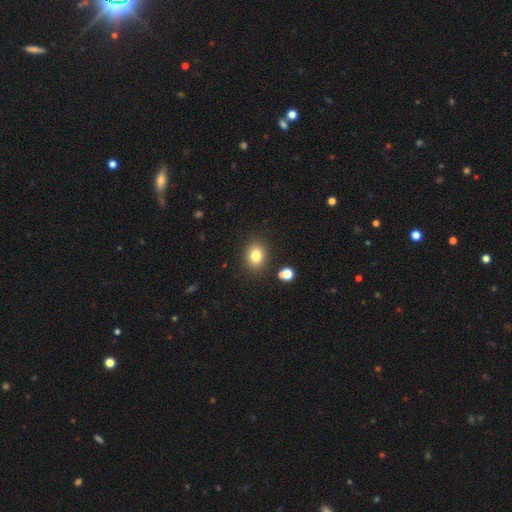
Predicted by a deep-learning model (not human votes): smooth-or-featured: smooth: 81% | star or artifact: 11% | featured or disk: 7%
  how-rounded: in between: 50% | round: 49% | cigar-shaped: 1%
  merging: none: 86% | minor disturbance: 8% | merger: 3% | major disturbance: 3%